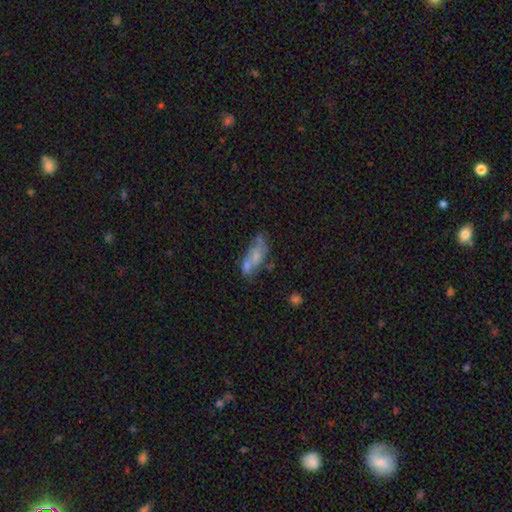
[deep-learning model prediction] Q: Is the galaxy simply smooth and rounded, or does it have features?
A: smooth — 48%.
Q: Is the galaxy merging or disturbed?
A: none — 36%.